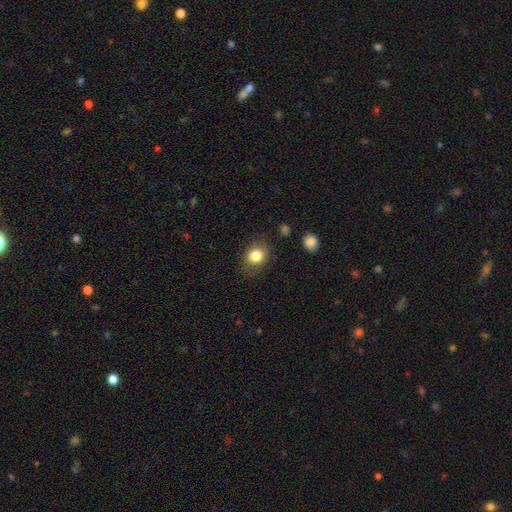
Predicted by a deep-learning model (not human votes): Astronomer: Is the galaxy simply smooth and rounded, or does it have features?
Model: smooth — 82%.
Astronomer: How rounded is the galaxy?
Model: round — 65%.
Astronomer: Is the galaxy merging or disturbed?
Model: none — 78%.